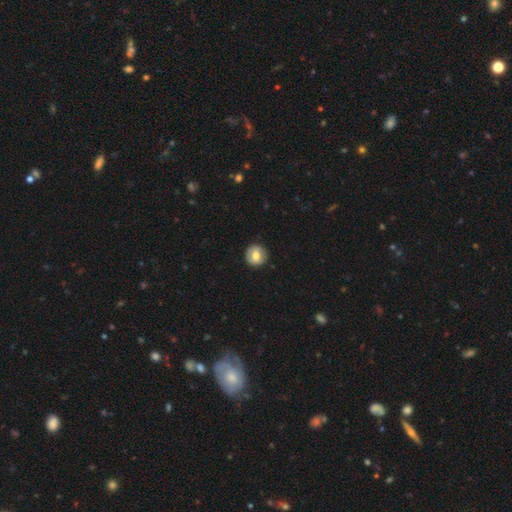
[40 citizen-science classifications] Q: Smooth or featured?
A: smooth (60%); runner-up: featured or disk (28%)
Q: How rounded?
A: round (100%)
Q: Merging?
A: none (86%); runner-up: minor disturbance (11%)